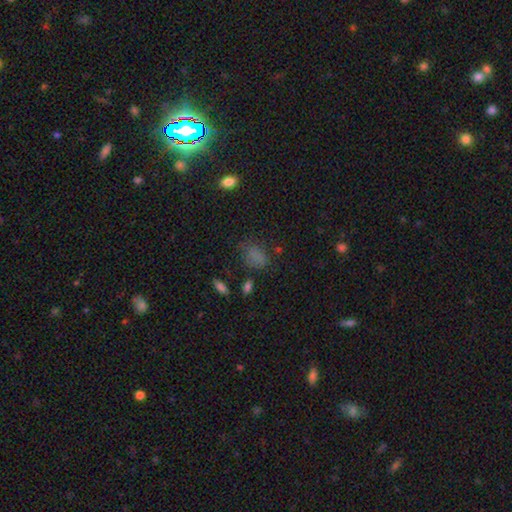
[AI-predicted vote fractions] Smooth or featured? smooth (74%)
How rounded? in between (75%)
Merging? none (59%)